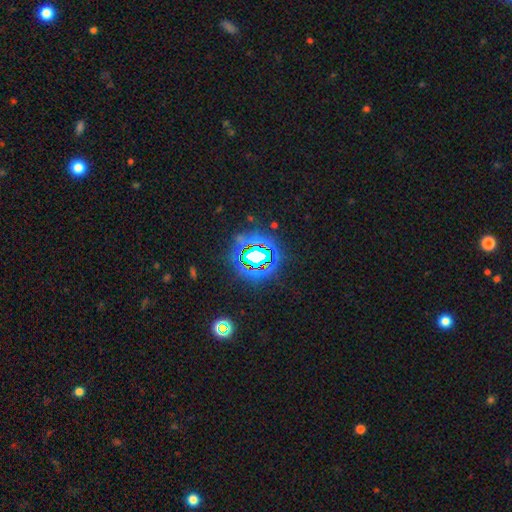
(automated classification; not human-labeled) Smooth or featured? Predicted: star or artifact (p=0.72).